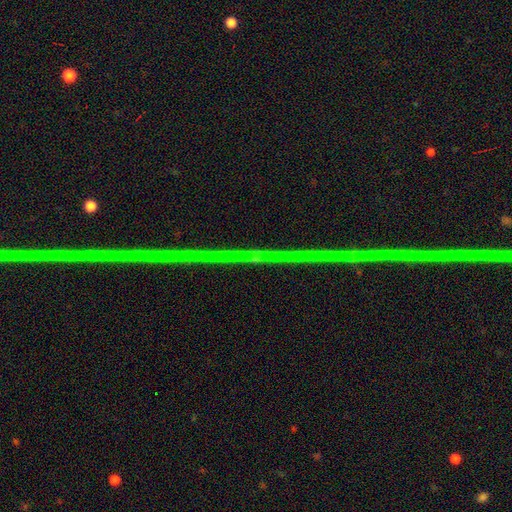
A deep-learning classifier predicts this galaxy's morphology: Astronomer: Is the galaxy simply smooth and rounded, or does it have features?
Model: star or artifact — 86%.